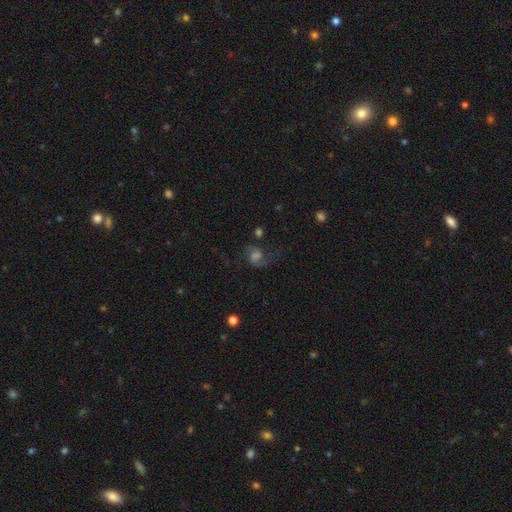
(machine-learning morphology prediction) Smooth or featured? featured or disk (63%)
Edge-on disk? no (97%)
Bar? no (52%)
Spiral arms? yes (91%)
Spiral winding? loose (53%)
Spiral arm count? 2 (78%)
Bulge size? moderate (38%)
Merging? none (58%)